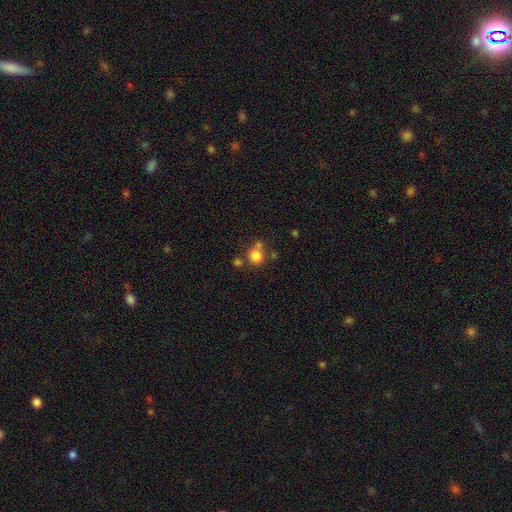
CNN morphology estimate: Smooth or featured? smooth (81%)
How rounded? round (83%)
Merging? none (56%)